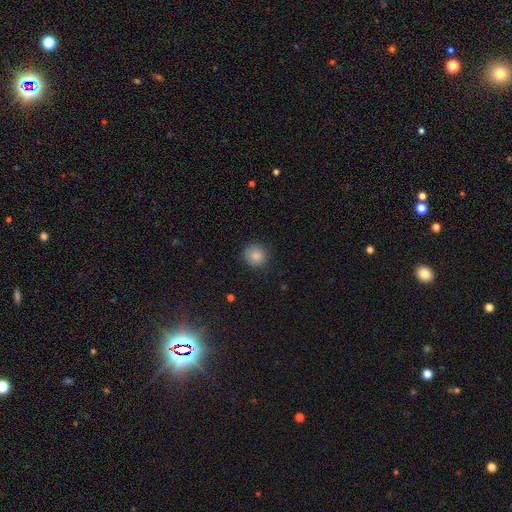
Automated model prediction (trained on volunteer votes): Smooth or featured?
  - smooth: 86% *
  - star or artifact: 9%
  - featured or disk: 4%
How rounded?
  - round: 91% *
  - in between: 8%
  - cigar-shaped: 1%
Merging?
  - none: 87% *
  - minor disturbance: 9%
  - major disturbance: 2%
  - merger: 1%